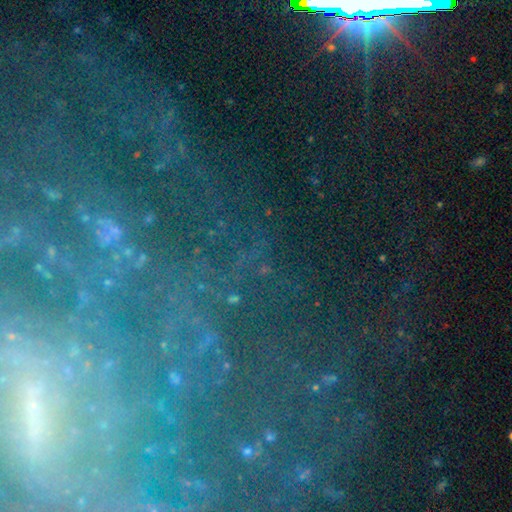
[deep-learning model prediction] A star or artifact, not a galaxy (57%).

Vote fractions:
- Smooth or featured? star or artifact: 57% / featured or disk: 30% / smooth: 13%